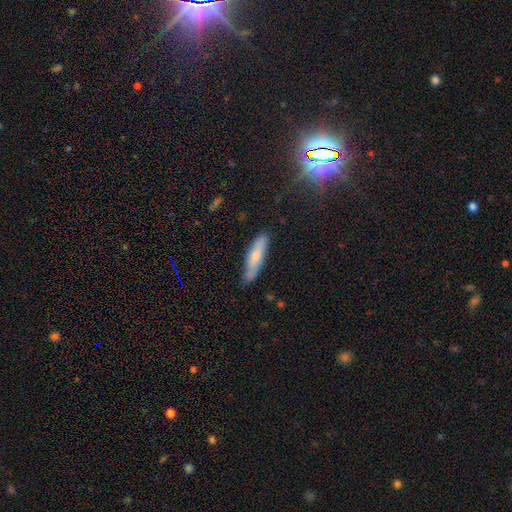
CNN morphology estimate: The model was most divided on "smooth or featured": smooth: 64%, featured or disk: 30%, star or artifact: 7%. More confident: how rounded — cigar-shaped (76%); merging — none (74%).